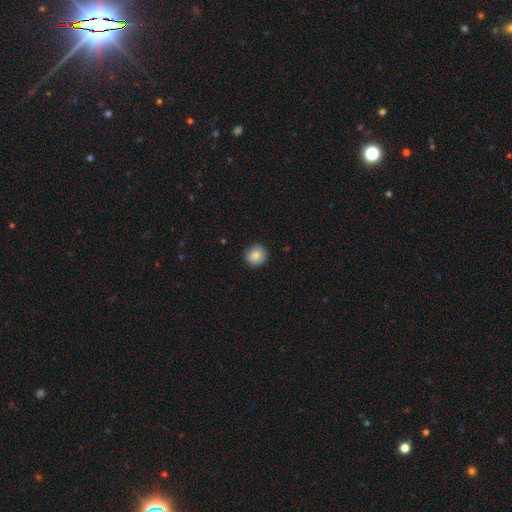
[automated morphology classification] smooth_or_featured: smooth (p=0.87) [alt: star or artifact p=0.09]
how_rounded: round (p=0.92) [alt: in between p=0.07]
merging: none (p=0.90) [alt: minor disturbance p=0.07]